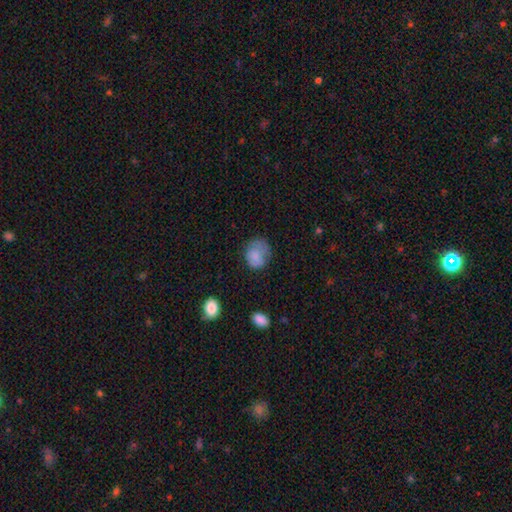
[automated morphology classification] Smooth or featured? Predicted: smooth (p=0.79). How rounded? Predicted: round (p=0.58). Merging? Predicted: none (p=0.46).